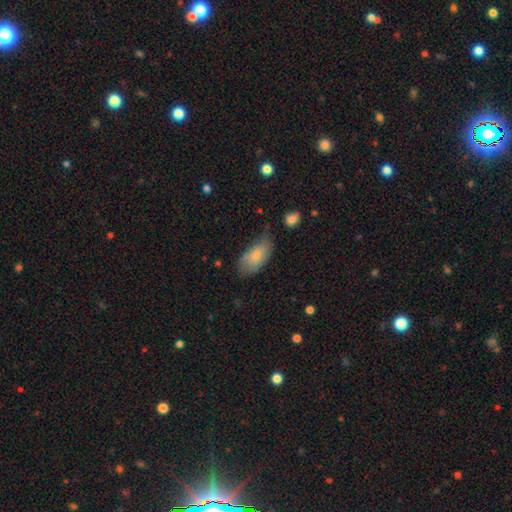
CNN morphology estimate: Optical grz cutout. It shows a smooth galaxy with no disk features (79%) that is in between round and cigar-shaped (92%). Merging: none (52%).